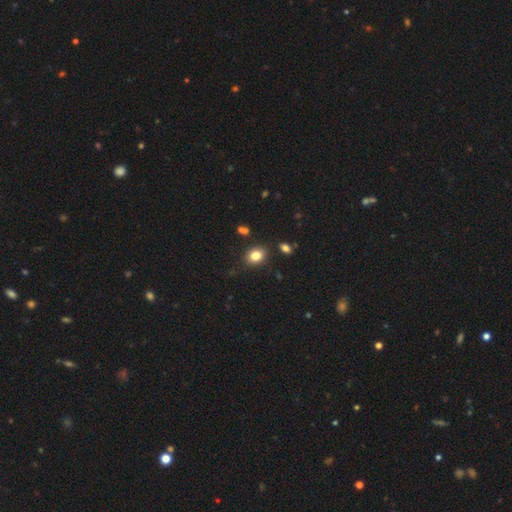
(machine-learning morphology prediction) Smooth or featured? Predicted: smooth (p=0.83). How rounded? Predicted: in between (p=0.58). Merging? Predicted: none (p=0.84).